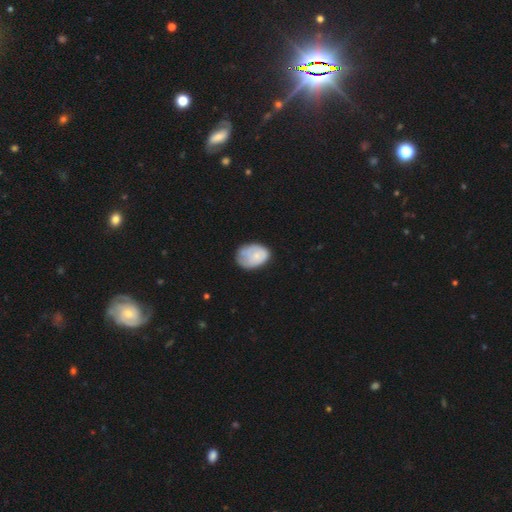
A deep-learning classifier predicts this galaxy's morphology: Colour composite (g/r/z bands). It shows a smooth galaxy with no disk features (67%) that is in between round and cigar-shaped (76%). Merging: none (50%).